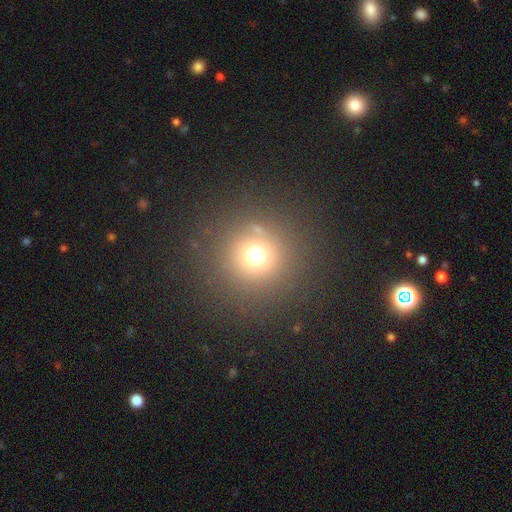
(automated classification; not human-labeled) A smooth galaxy with no disk features (67%) that is round (94%). Merging: none (83%).